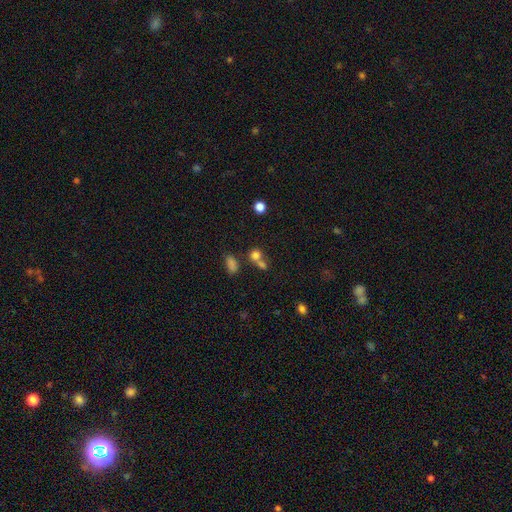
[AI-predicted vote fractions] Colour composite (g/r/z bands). It shows a smooth galaxy with no disk features (56%) that is in between round and cigar-shaped (57%). Merging: none (57%).